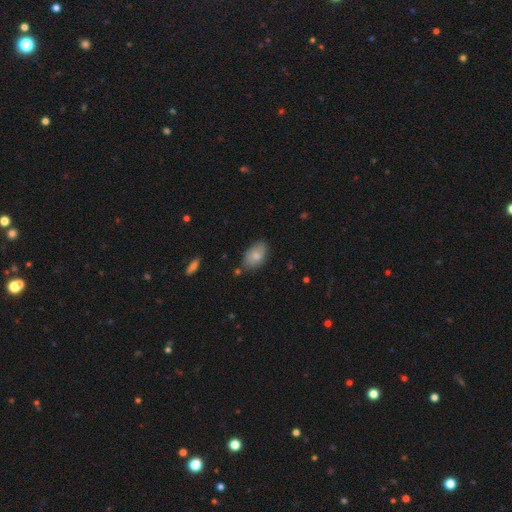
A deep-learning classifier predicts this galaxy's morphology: Smooth or featured?
  - smooth: 79% *
  - featured or disk: 14%
  - star or artifact: 7%
How rounded?
  - in between: 91% *
  - round: 7%
  - cigar-shaped: 2%
Merging?
  - none: 72% *
  - minor disturbance: 20%
  - major disturbance: 4%
  - merger: 3%